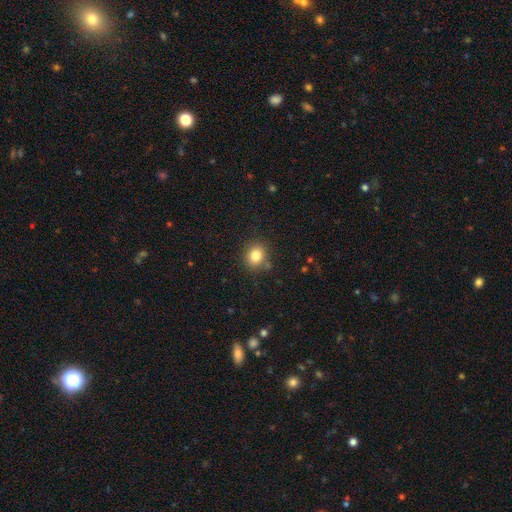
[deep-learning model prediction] A smooth galaxy with no disk features (82%) that is round (70%).

Vote fractions:
- Smooth or featured? smooth: 82% / star or artifact: 11% / featured or disk: 6%
- How rounded? round: 70% / in between: 29% / cigar-shaped: 1%
- Merging? none: 83% / minor disturbance: 11% / major disturbance: 3% / merger: 3%